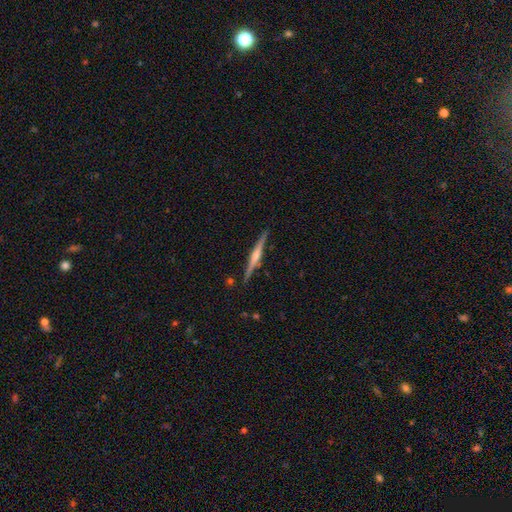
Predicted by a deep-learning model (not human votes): Overall: featured or disk (81%). Edge-on disk: yes (98%). Edge-on bulge: rounded (81%). Merging: none (91%).